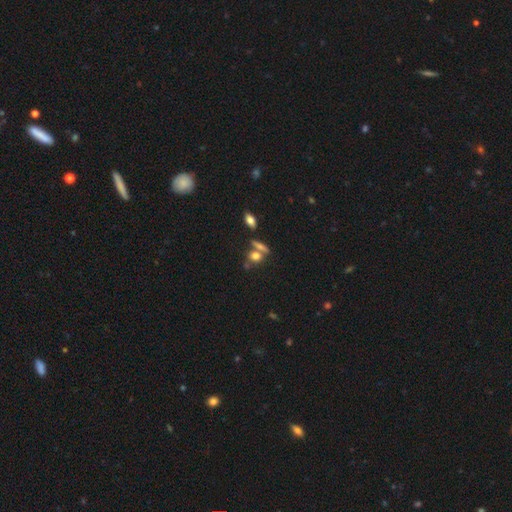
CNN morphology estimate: Q: Smooth or featured?
A: smooth (69%); runner-up: featured or disk (16%)
Q: How rounded?
A: round (47%); runner-up: in between (44%)
Q: Merging?
A: none (51%); runner-up: merger (32%)